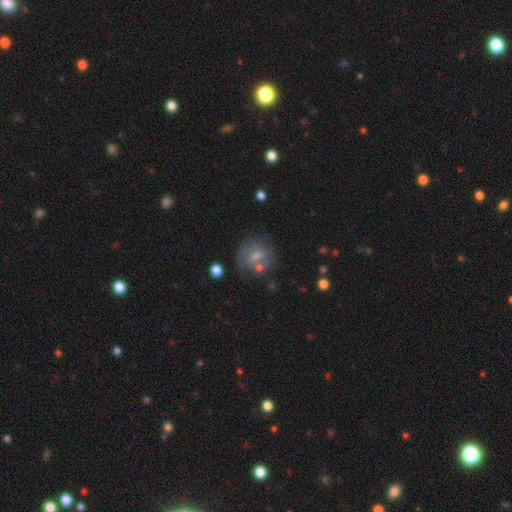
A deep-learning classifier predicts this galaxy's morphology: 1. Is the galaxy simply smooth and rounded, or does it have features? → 46% smooth, 35% featured or disk, 19% star or artifact.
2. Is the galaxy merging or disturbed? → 64% none, 16% minor disturbance, 13% merger, 8% major disturbance.